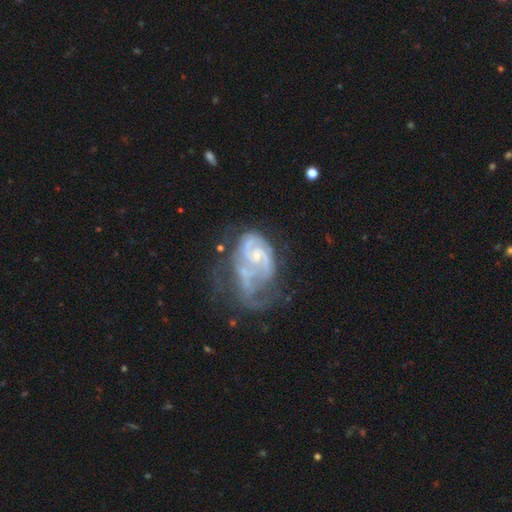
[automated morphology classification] Smooth or featured?
  - featured or disk: 80% *
  - smooth: 13%
  - star or artifact: 8%
Edge-on disk?
  - no: 98% *
  - yes: 2%
Bar?
  - no: 65% *
  - weak: 30%
  - strong: 5%
Spiral arms?
  - yes: 81% *
  - no: 19%
Spiral winding?
  - tight: 41% *
  - medium: 40%
  - loose: 19%
Spiral arm count?
  - 2: 44% *
  - can't tell: 31%
  - 1: 10%
  - 3: 10%
  - 4: 3%
  - more than 4: 3%
Bulge size?
  - small: 60% *
  - moderate: 26%
  - none: 11%
  - large: 2%
  - dominant: 1%
Merging?
  - major disturbance: 40% *
  - none: 21%
  - merger: 20%
  - minor disturbance: 19%